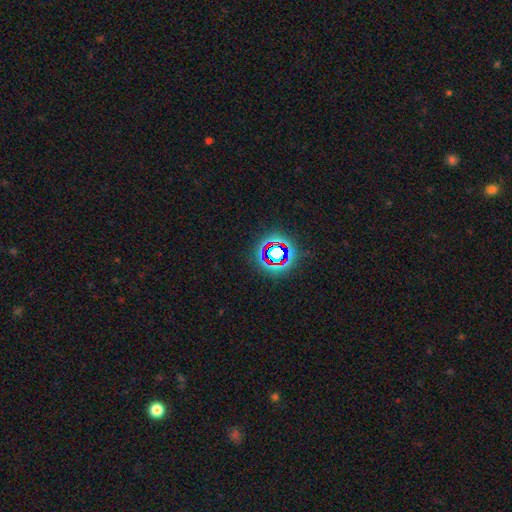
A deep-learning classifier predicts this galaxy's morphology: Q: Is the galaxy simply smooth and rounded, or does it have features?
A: star or artifact — 64%.